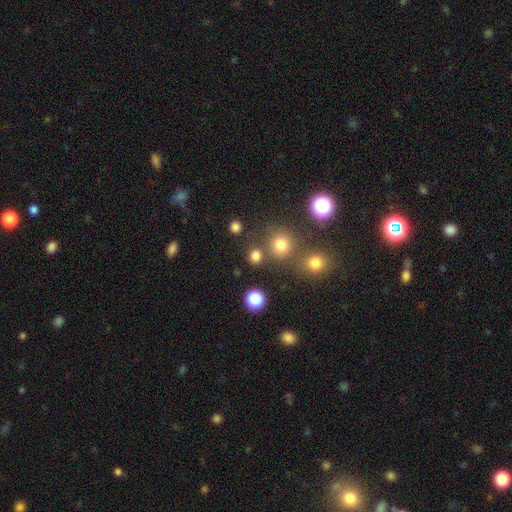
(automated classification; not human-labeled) smooth-or-featured: smooth: 76% | star or artifact: 19% | featured or disk: 6%
  how-rounded: round: 87% | in between: 12% | cigar-shaped: 1%
  merging: none: 76% | merger: 12% | minor disturbance: 8% | major disturbance: 4%